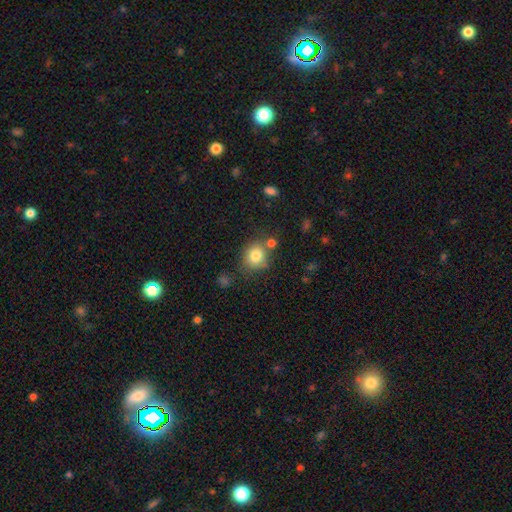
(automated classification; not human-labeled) Smooth or featured: smooth — 81% (star or artifact — 10%)
How rounded: round — 75% (in between — 24%)
Merging: none — 68% (minor disturbance — 14%)